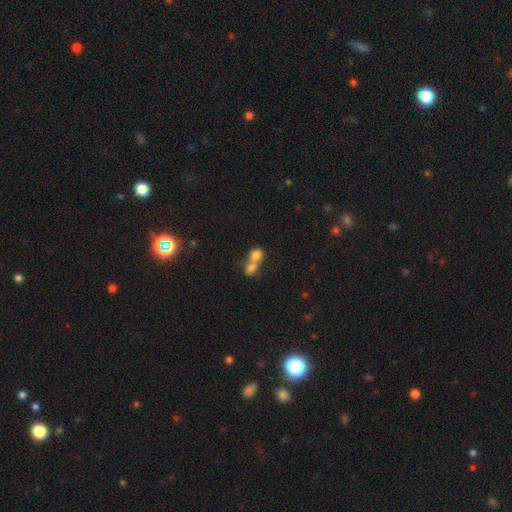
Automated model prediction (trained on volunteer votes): Morphology: type=smooth (74%); roundness=round (51%); merging=merger (76%).